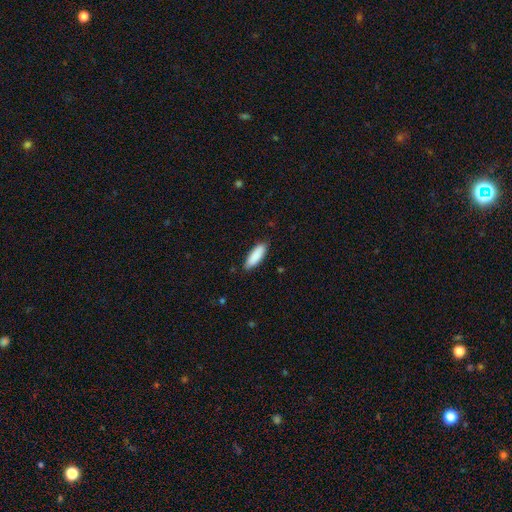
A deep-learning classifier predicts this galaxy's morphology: Smooth or featured? smooth (89%)
How rounded? in between (59%)
Merging? none (85%)